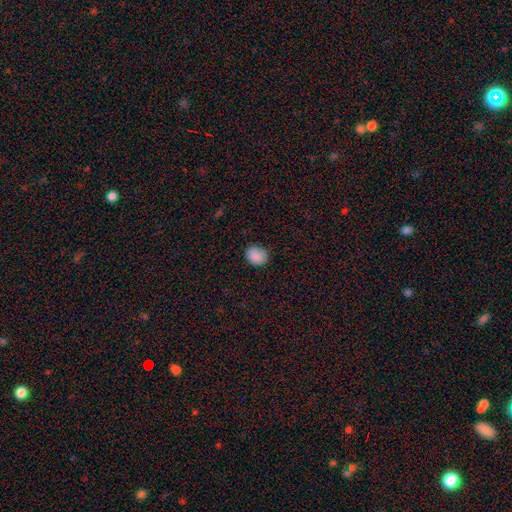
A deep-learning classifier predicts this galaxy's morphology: smooth_or_featured: smooth (p=0.88) [alt: star or artifact p=0.09]
how_rounded: round (p=0.61) [alt: in between p=0.39]
merging: none (p=0.81) [alt: minor disturbance p=0.15]